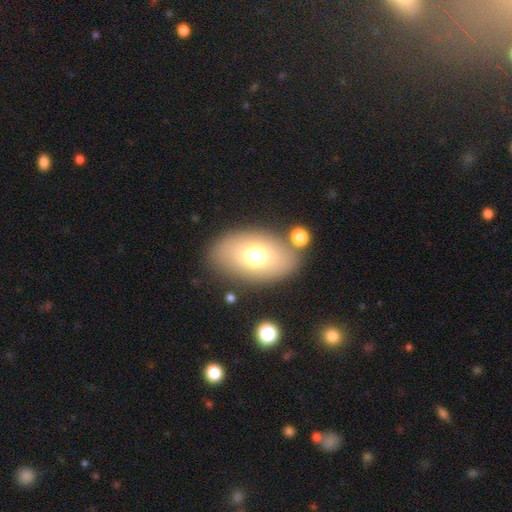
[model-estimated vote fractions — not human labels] smooth 70%, featured or disk 19%, star or artifact 11%. Down the decision tree: how rounded — in between (86%); merging — none (78%).